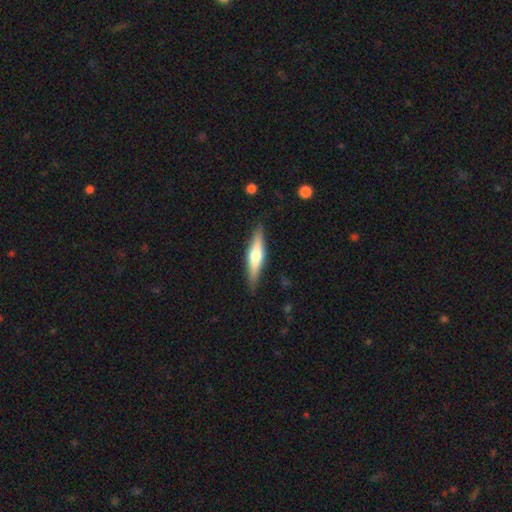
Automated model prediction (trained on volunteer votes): The model was most divided on "smooth or featured": featured or disk: 54%, smooth: 40%, star or artifact: 5%. More confident: edge-on disk — yes (95%); edge-on bulge — rounded (88%); merging — none (87%).